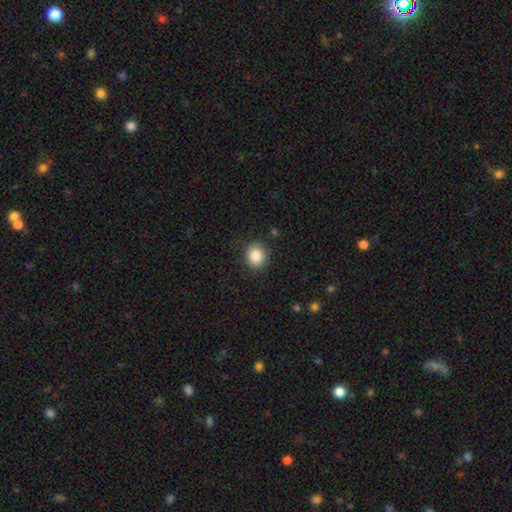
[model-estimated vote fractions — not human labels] Smooth or featured?
  - smooth: 86% *
  - star or artifact: 9%
  - featured or disk: 5%
How rounded?
  - round: 77% *
  - in between: 22%
  - cigar-shaped: 1%
Merging?
  - none: 87% *
  - minor disturbance: 9%
  - major disturbance: 3%
  - merger: 1%